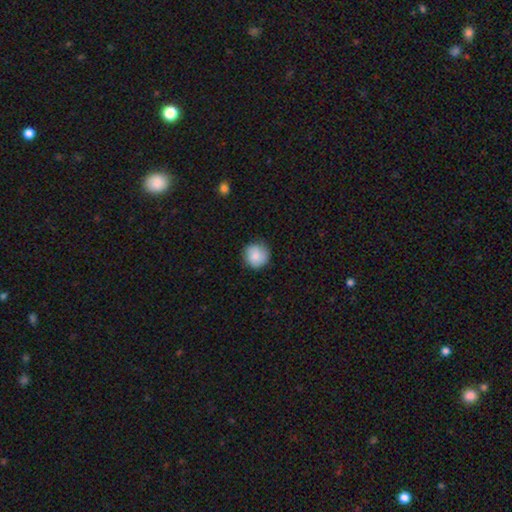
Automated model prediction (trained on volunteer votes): Smooth or featured: smooth — 81% (featured or disk — 12%)
How rounded: round — 92% (in between — 7%)
Merging: none — 81% (minor disturbance — 15%)